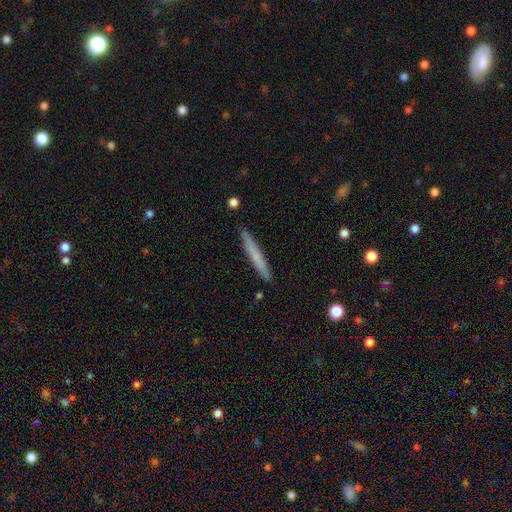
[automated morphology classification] Smooth or featured? smooth (66%)
How rounded? cigar-shaped (96%)
Merging? none (90%)